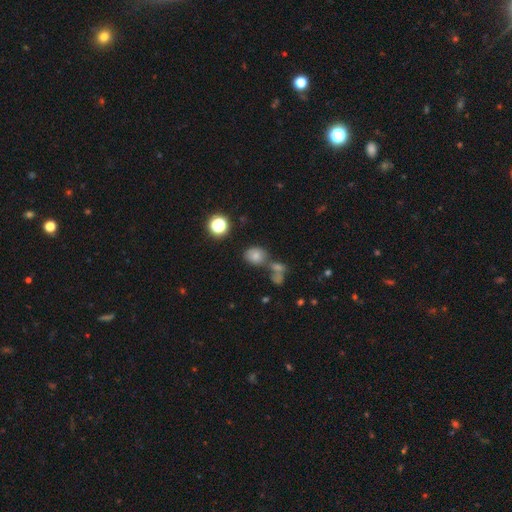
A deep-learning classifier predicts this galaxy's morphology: Overall: smooth (72%). How rounded: round (63%; in between 36%). Merging: none (52%; merger 30%).